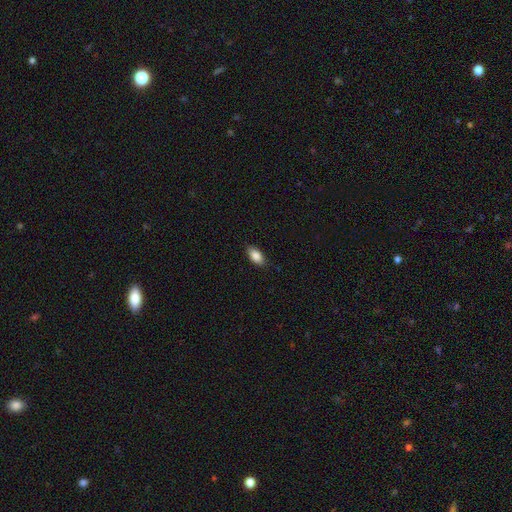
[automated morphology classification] A smooth galaxy with no disk features (86%) that is in between round and cigar-shaped (92%).

Vote fractions:
- Smooth or featured? smooth: 86% / star or artifact: 7% / featured or disk: 6%
- How rounded? in between: 92% / cigar-shaped: 5% / round: 3%
- Merging? none: 87% / minor disturbance: 10% / major disturbance: 2% / merger: 1%